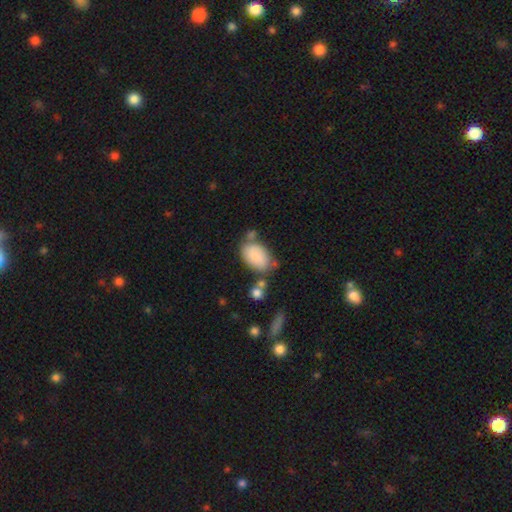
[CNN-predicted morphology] This appears to be a smooth galaxy with no disk features (84%) that is in between round and cigar-shaped (92%). Merging: none (52%).